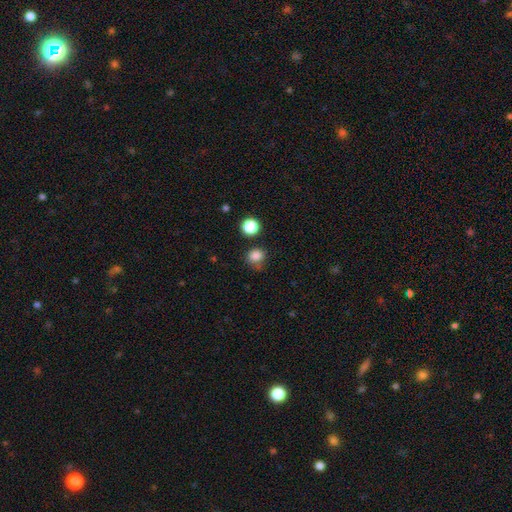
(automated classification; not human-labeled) Overall: smooth (83%). How rounded: round (78%). Merging: none (70%).